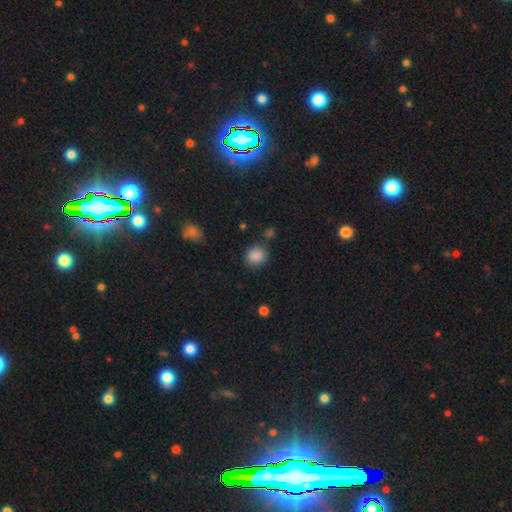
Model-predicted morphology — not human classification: Q: Smooth or featured?
A: smooth (87%); runner-up: star or artifact (9%)
Q: How rounded?
A: round (76%); runner-up: in between (23%)
Q: Merging?
A: none (79%); runner-up: minor disturbance (12%)